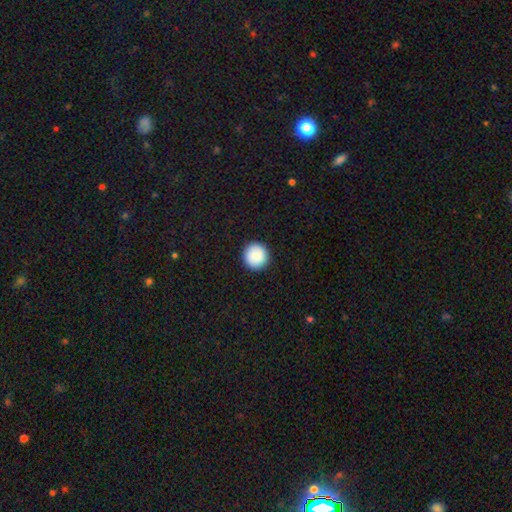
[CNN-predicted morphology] This appears to be a smooth galaxy with no disk features (87%) that is round (96%). Merging: none (92%).